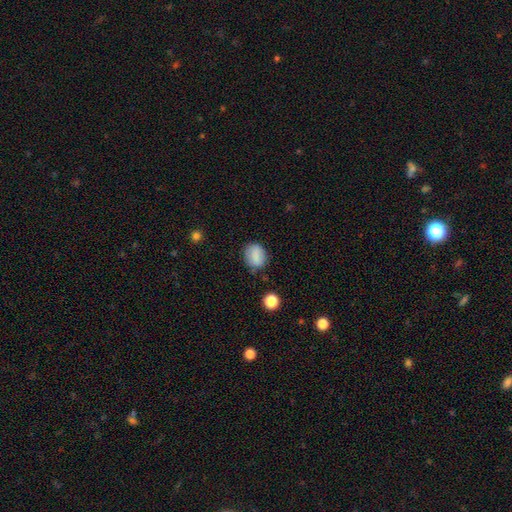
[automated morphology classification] This is clearly a smooth galaxy (82%). How rounded: possibly round (50%). Merging: likely none (76%).